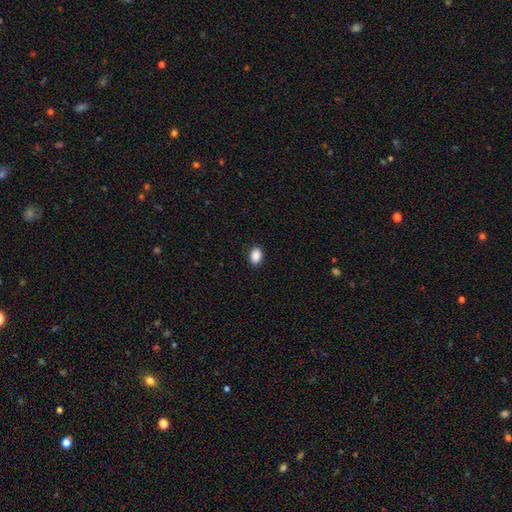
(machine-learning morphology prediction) Smooth or featured? smooth (90%)
How rounded? in between (79%)
Merging? none (89%)